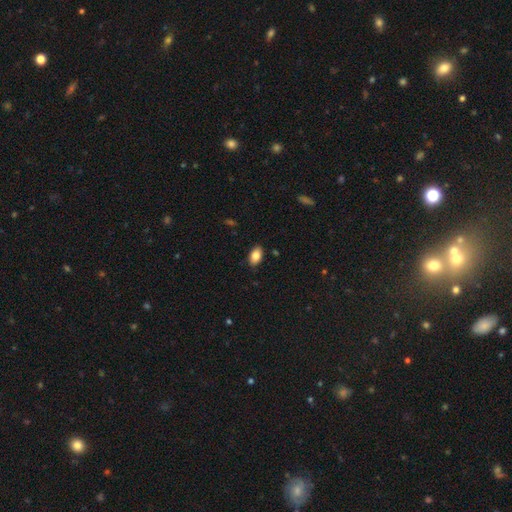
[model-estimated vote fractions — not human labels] Q: Smooth or featured?
A: smooth (85%); runner-up: star or artifact (8%)
Q: How rounded?
A: in between (92%); runner-up: round (6%)
Q: Merging?
A: none (87%); runner-up: minor disturbance (10%)